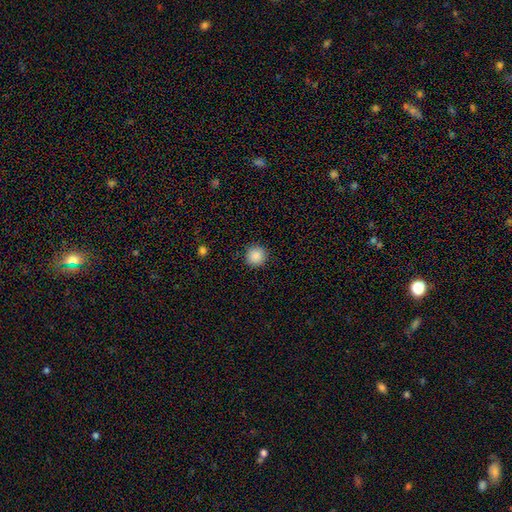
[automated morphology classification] Smooth or featured: smooth — 88% (star or artifact — 9%)
How rounded: round — 95% (in between — 4%)
Merging: none — 92% (minor disturbance — 5%)